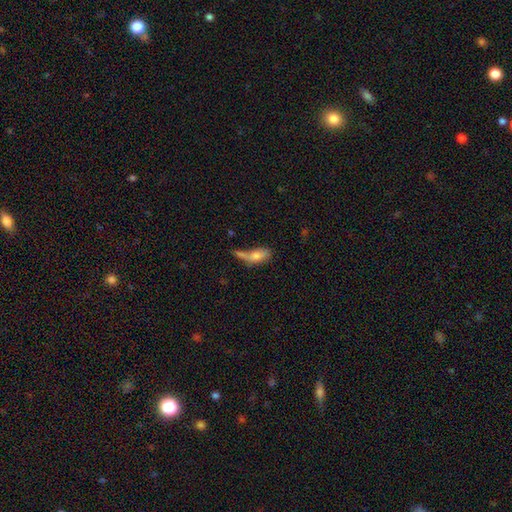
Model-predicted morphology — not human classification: The model was most divided on "merging": merger: 33%, none: 27%, major disturbance: 21%, minor disturbance: 19%. More confident: how rounded — in between (70%); smooth or featured — smooth (67%).